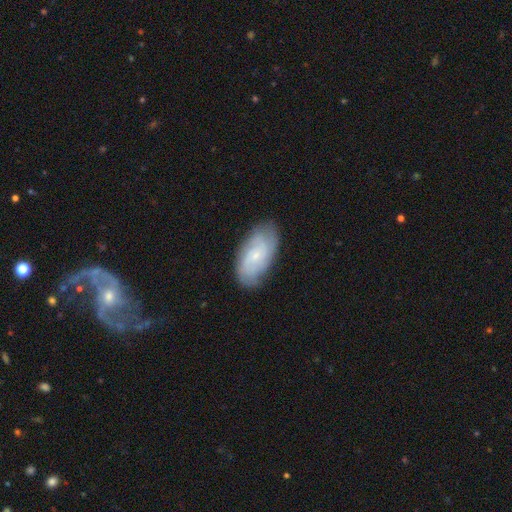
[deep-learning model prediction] smooth_or_featured: featured or disk (p=0.63) [alt: smooth p=0.30]
disk_edge_on: no (p=0.95) [alt: yes p=0.05]
bar: no (p=0.66) [alt: weak p=0.29]
has_spiral_arms: yes (p=0.89) [alt: no p=0.11]
spiral_winding: tight (p=0.53) [alt: medium p=0.35]
spiral_arm_count: can't tell (p=0.42) [alt: 2 p=0.27]
bulge_size: small (p=0.77) [alt: moderate p=0.17]
merging: none (p=0.79) [alt: minor disturbance p=0.16]